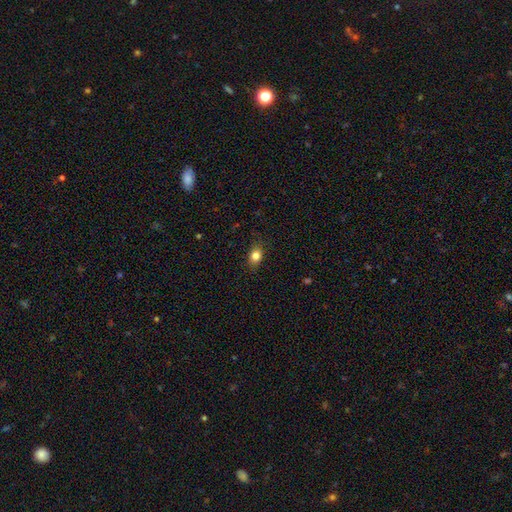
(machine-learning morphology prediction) This appears to be a smooth galaxy with no disk features (82%) that is in between round and cigar-shaped (68%). Merging: none (84%).